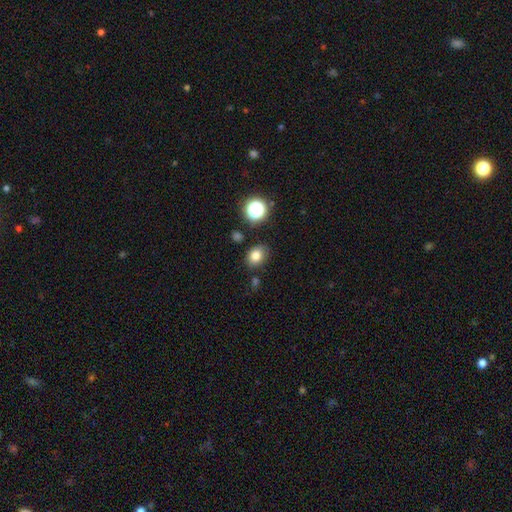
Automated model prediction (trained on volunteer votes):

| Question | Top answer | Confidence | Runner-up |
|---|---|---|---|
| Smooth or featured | smooth | 79% | star or artifact (13%) |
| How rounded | in between | 53% | round (46%) |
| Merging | none | 80% | minor disturbance (13%) |